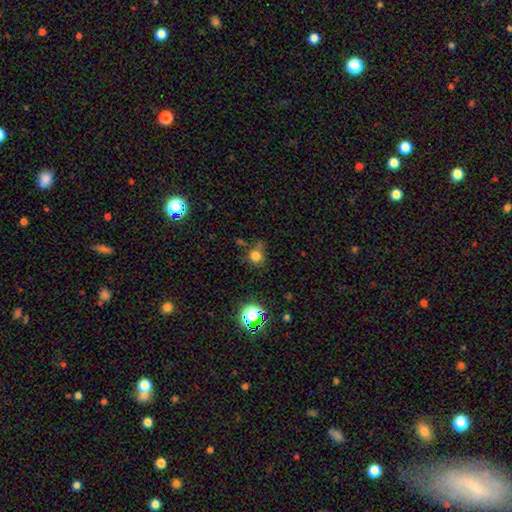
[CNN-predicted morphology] This appears to be a smooth galaxy with no disk features (75%) that is round (89%). Merging: none (64%).